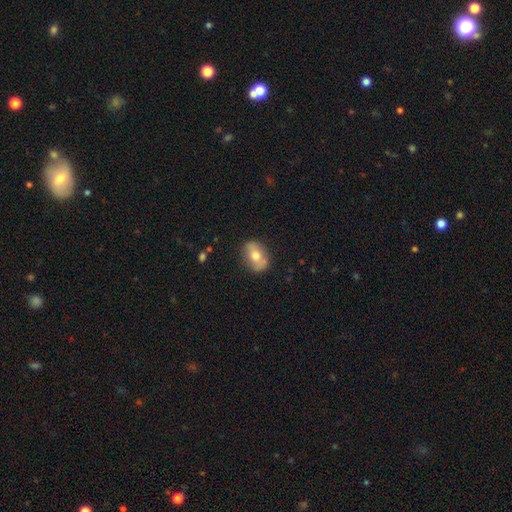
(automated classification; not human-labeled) smooth-or-featured: smooth: 60% | featured or disk: 33% | star or artifact: 7%
  how-rounded: in between: 79% | round: 18% | cigar-shaped: 3%
  merging: none: 81% | minor disturbance: 14% | major disturbance: 3% | merger: 2%